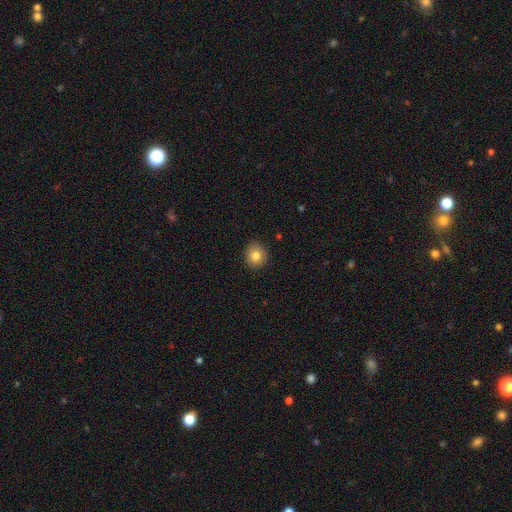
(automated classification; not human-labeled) Smooth or featured?
  - smooth: 82% *
  - star or artifact: 10%
  - featured or disk: 8%
How rounded?
  - round: 87% *
  - in between: 12%
  - cigar-shaped: 1%
Merging?
  - none: 91% *
  - minor disturbance: 6%
  - major disturbance: 2%
  - merger: 1%